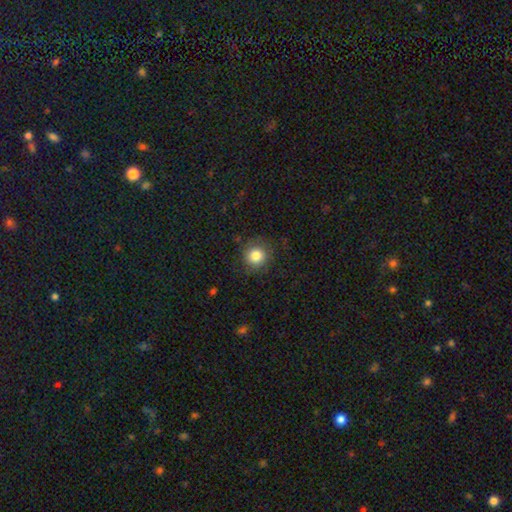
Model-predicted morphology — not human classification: smooth_or_featured: smooth (p=0.83) [alt: star or artifact p=0.10]
how_rounded: round (p=0.91) [alt: in between p=0.08]
merging: none (p=0.83) [alt: minor disturbance p=0.12]